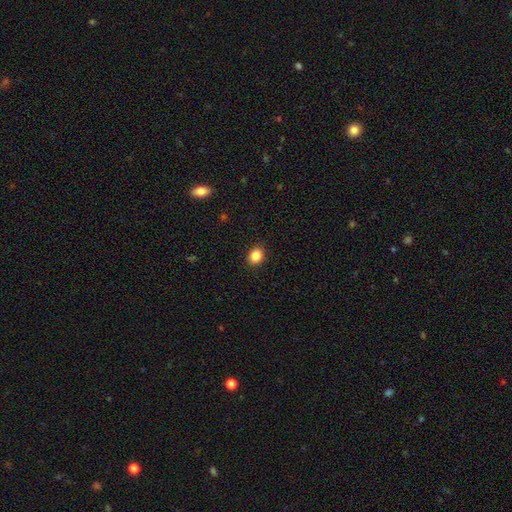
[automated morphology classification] Smooth or featured: smooth — 86% (star or artifact — 10%)
How rounded: round — 52% (in between — 47%)
Merging: none — 90% (minor disturbance — 7%)